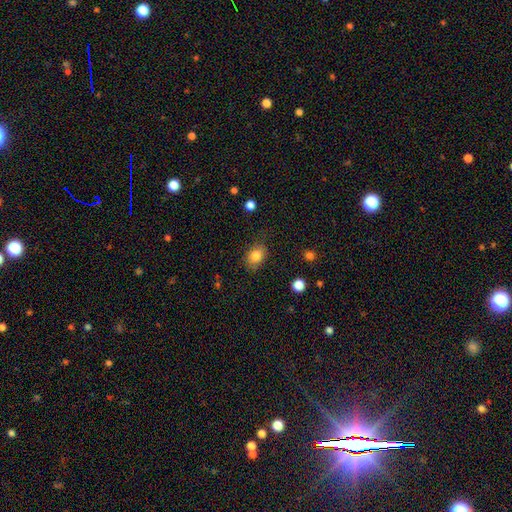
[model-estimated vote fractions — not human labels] smooth_or_featured: smooth (p=0.83) [alt: star or artifact p=0.10]
how_rounded: in between (p=0.68) [alt: round p=0.31]
merging: none (p=0.78) [alt: minor disturbance p=0.17]